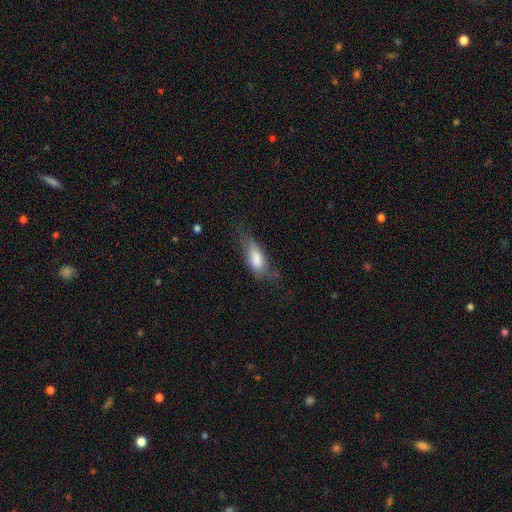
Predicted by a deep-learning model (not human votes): Morphology: type=smooth (68%); roundness=in between (67%); merging=none (44%).